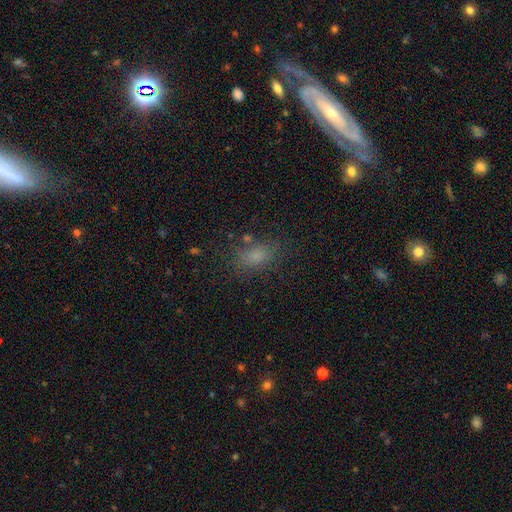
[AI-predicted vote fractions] smooth_or_featured: smooth (p=0.75) [alt: star or artifact p=0.17]
how_rounded: in between (p=0.80) [alt: round p=0.15]
merging: none (p=0.75) [alt: minor disturbance p=0.14]